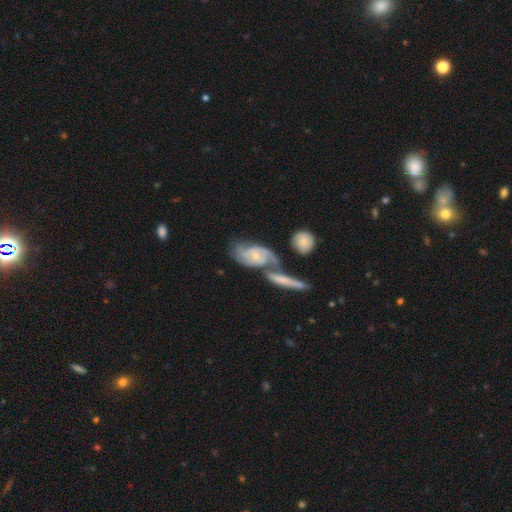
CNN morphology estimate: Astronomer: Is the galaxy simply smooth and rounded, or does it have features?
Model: featured or disk — 80%.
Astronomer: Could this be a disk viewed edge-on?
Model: no — 93%.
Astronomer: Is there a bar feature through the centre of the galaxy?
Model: no — 63%.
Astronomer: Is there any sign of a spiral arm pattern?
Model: yes — 93%.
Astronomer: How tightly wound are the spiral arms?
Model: tight — 43%, tied with medium at 43%.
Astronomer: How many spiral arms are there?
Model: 2 — 64%.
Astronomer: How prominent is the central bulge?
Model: small — 59% (runner-up: moderate, 36%).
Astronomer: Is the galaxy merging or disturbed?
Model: merger — 41% (runner-up: none, 33%).